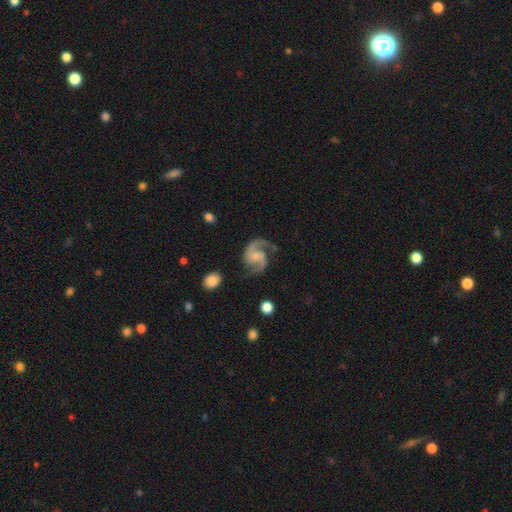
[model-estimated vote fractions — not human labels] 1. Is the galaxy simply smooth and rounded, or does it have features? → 90% featured or disk, 6% smooth, 5% star or artifact.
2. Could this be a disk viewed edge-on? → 98% no, 2% yes.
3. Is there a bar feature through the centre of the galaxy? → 49% no, 40% weak, 11% strong.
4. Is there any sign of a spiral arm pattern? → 98% yes, 2% no.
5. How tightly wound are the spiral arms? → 56% medium, 30% loose, 14% tight.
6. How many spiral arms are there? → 90% 2, 5% 1, 2% can't tell, 2% 3, 1% 4, 1% more than 4.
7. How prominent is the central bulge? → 42% none, 33% small, 19% moderate, 5% large, 2% dominant.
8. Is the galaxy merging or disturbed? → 69% none, 17% minor disturbance, 11% major disturbance, 3% merger.